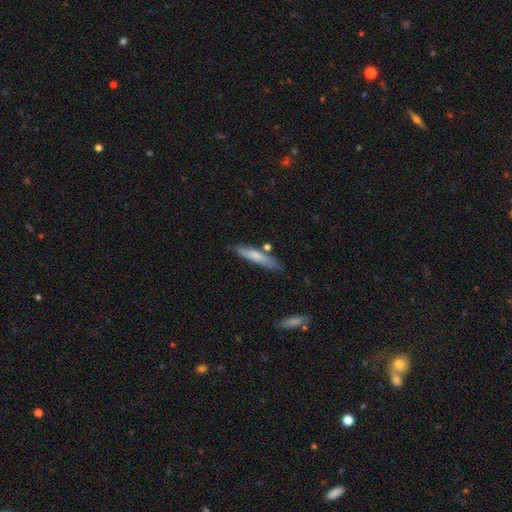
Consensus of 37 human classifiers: A smooth galaxy with no disk features (65%) that is cigar-shaped (92%).

Vote fractions:
- Smooth or featured? smooth: 65% / featured or disk: 30% / star or artifact: 5%
- How rounded? cigar-shaped: 92% / in between: 8% / round: 0%
- Merging? none: 74% / minor disturbance: 11% / merger: 11% / major disturbance: 3%